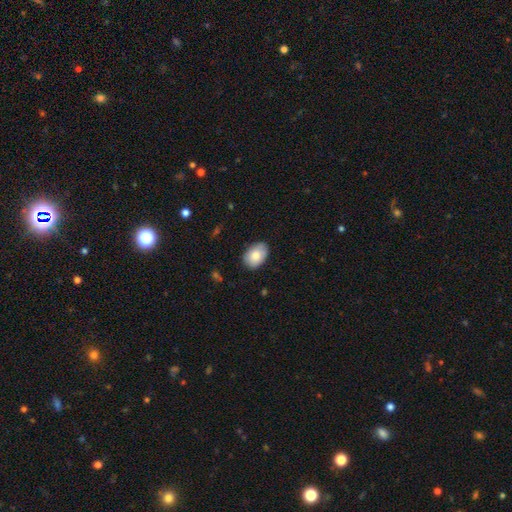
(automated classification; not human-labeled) Smooth or featured?
  - smooth: 80% *
  - featured or disk: 13%
  - star or artifact: 7%
How rounded?
  - in between: 84% *
  - round: 15%
  - cigar-shaped: 1%
Merging?
  - none: 80% *
  - minor disturbance: 17%
  - major disturbance: 3%
  - merger: 1%